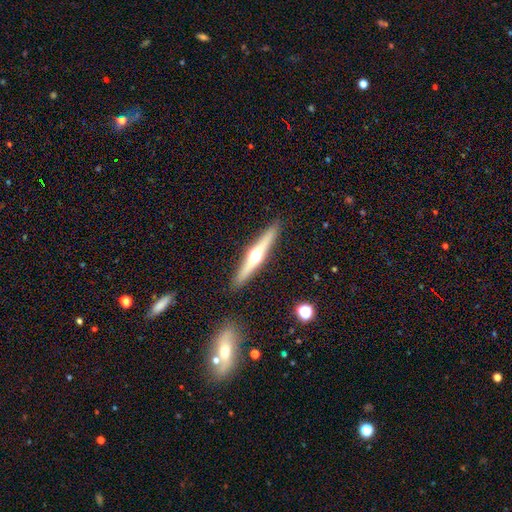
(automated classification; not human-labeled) Smooth or featured?
  - featured or disk: 69% *
  - smooth: 26%
  - star or artifact: 5%
Edge-on disk?
  - yes: 97% *
  - no: 3%
Edge-on bulge?
  - rounded: 94% *
  - none: 4%
  - boxy: 3%
Merging?
  - none: 91% *
  - minor disturbance: 6%
  - major disturbance: 1%
  - merger: 1%